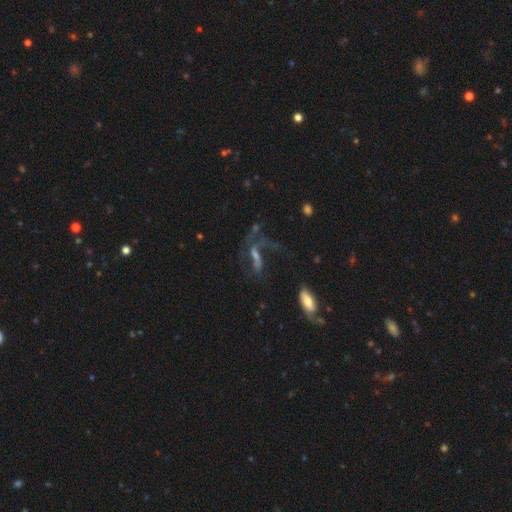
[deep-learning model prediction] featured or disk 59%, star or artifact 21%, smooth 19%. Down the decision tree: edge-on disk — no (84%); merging — major disturbance (40%).